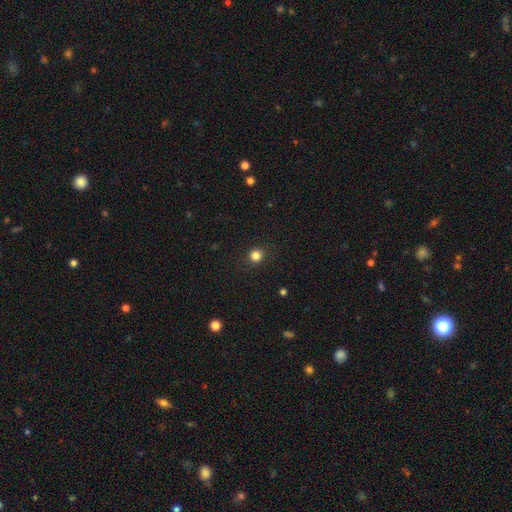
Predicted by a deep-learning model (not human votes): smooth 83%, star or artifact 13%, featured or disk 4%. Down the decision tree: how rounded — round (91%); merging — none (91%).